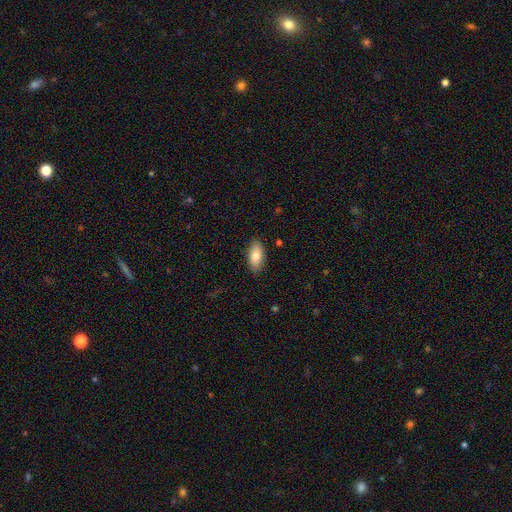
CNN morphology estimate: type=smooth (81%); roundness=in between (90%); merging=none (86%).